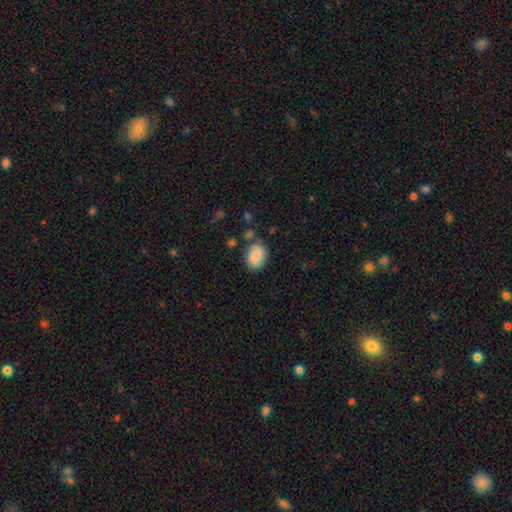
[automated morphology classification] Overall: smooth (84%). How rounded: in between (63%; round 36%). Merging: none (66%).